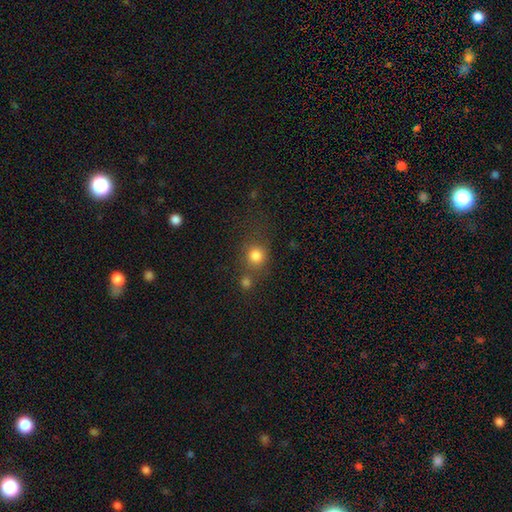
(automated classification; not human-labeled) A smooth galaxy with no disk features (80%) that is round (84%). Merging: none (57%).